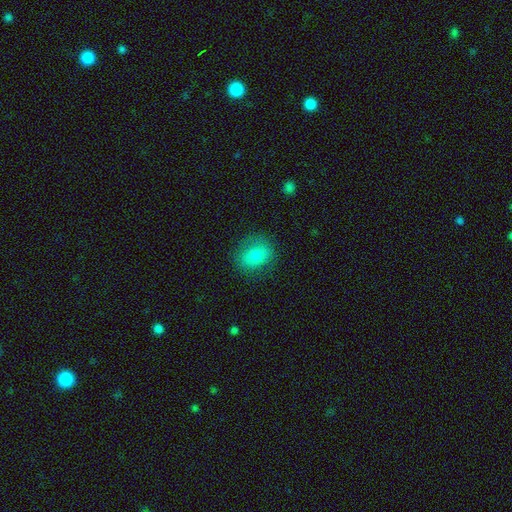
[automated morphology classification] Smooth or featured: smooth — 77% (featured or disk — 14%)
How rounded: round — 55% (in between — 44%)
Merging: none — 80% (minor disturbance — 14%)